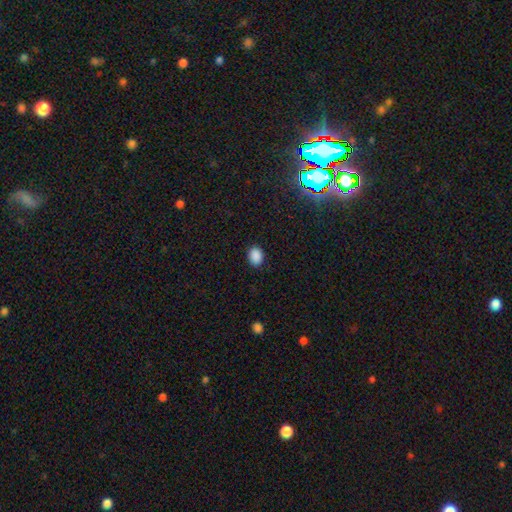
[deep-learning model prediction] smooth-or-featured: smooth: 88% | star or artifact: 10% | featured or disk: 3%
  how-rounded: in between: 65% | round: 34% | cigar-shaped: 1%
  merging: none: 89% | minor disturbance: 8% | major disturbance: 2% | merger: 1%